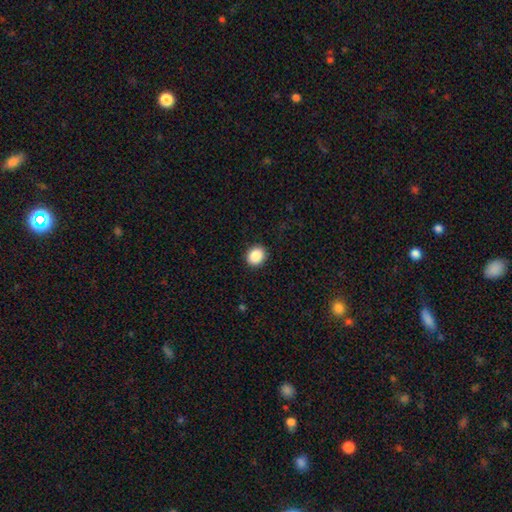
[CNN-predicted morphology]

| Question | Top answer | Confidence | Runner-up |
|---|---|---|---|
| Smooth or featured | smooth | 88% | star or artifact (9%) |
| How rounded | round | 72% | in between (27%) |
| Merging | none | 91% | minor disturbance (6%) |